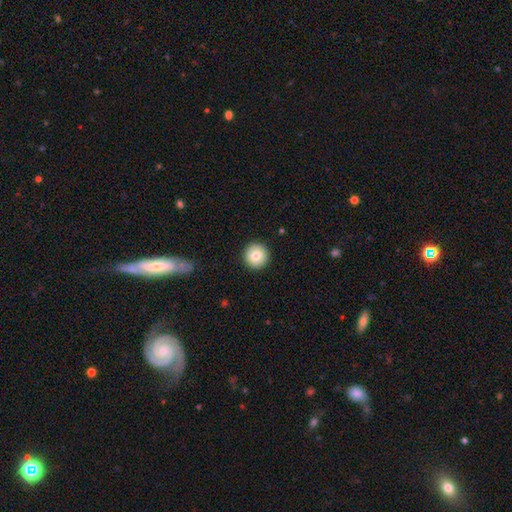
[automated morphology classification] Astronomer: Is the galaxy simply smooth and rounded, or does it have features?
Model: smooth — 81%.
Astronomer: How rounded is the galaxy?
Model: round — 96%.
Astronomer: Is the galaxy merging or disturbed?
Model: none — 93%.